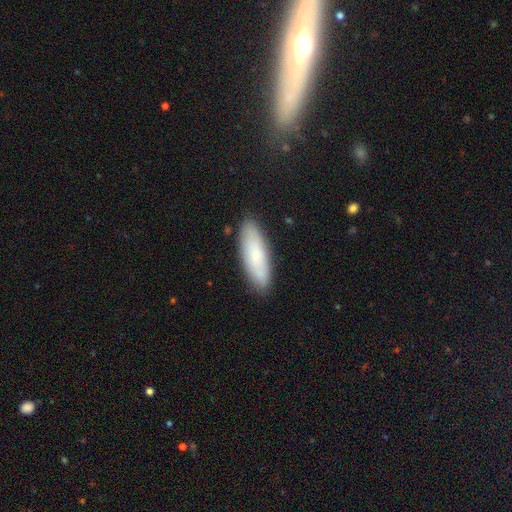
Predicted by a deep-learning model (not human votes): Smooth or featured? Predicted: smooth (p=0.71). How rounded? Predicted: in between (p=0.58). Merging? Predicted: none (p=0.86).